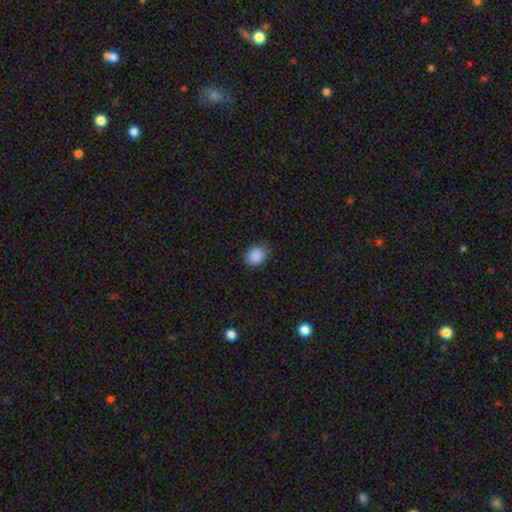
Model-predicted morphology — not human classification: A smooth galaxy with no disk features (89%) that is round (55%). Merging: none (85%).